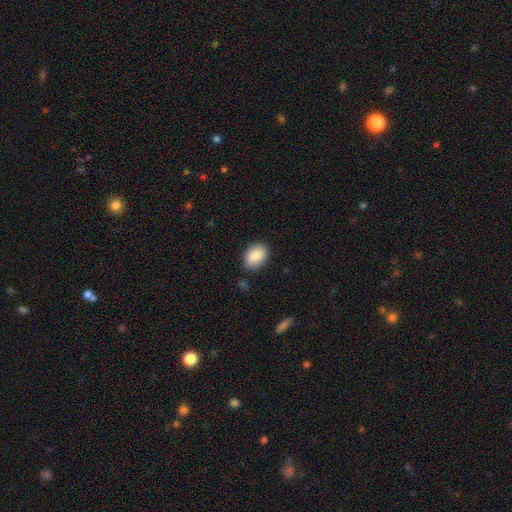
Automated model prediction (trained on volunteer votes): smooth-or-featured: smooth: 87% | featured or disk: 7% | star or artifact: 7%
  how-rounded: in between: 81% | round: 18% | cigar-shaped: 1%
  merging: none: 85% | minor disturbance: 11% | major disturbance: 2% | merger: 2%